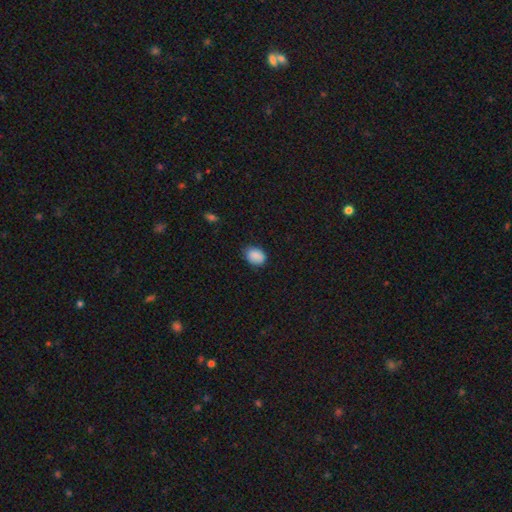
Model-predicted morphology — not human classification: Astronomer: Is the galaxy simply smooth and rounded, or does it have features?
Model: smooth — 88%.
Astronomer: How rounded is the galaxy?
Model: in between — 69%.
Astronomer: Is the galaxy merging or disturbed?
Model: none — 76%.